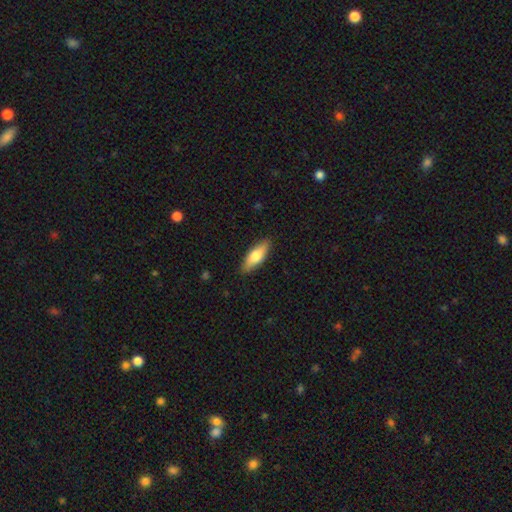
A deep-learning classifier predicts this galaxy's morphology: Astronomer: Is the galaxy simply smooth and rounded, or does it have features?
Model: smooth — 69%.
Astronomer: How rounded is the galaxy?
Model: in between — 58% (runner-up: cigar-shaped, 40%).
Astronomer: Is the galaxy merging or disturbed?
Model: none — 88%.